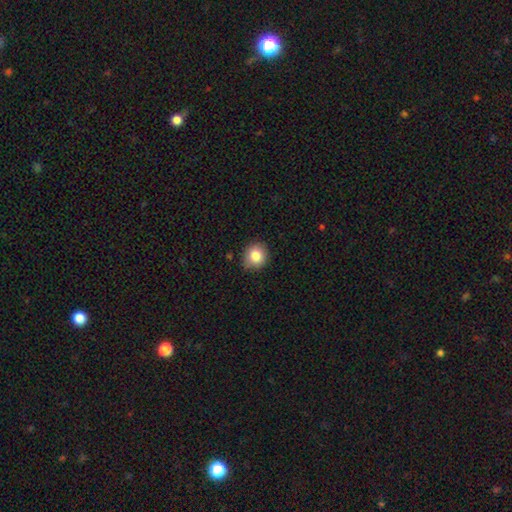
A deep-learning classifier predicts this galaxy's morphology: This is clearly a smooth galaxy (83%). How rounded: clearly round (85%). Merging: clearly none (82%).